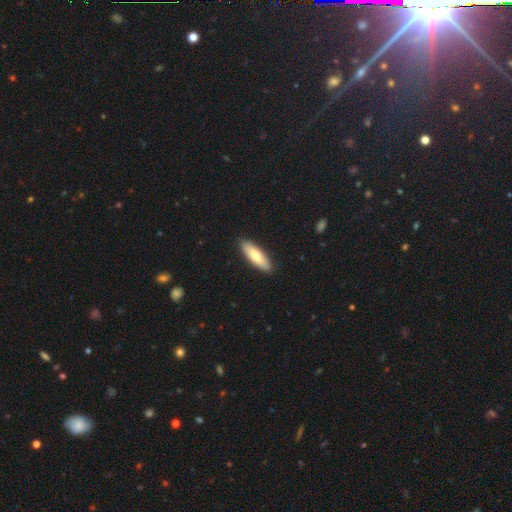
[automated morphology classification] A smooth galaxy with no disk features (69%) that is in between round and cigar-shaped (51%). Merging: none (90%).